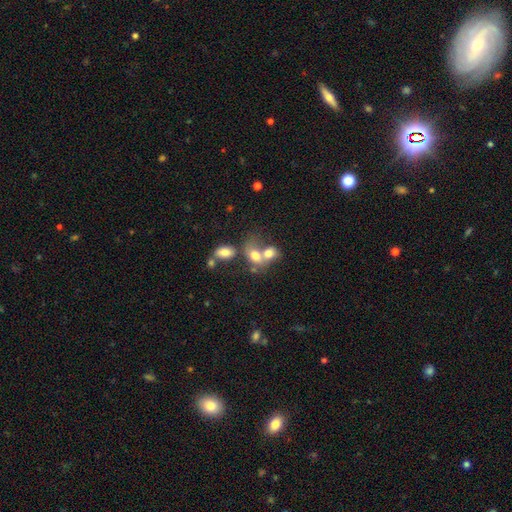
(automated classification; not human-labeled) Smooth or featured? smooth (71%)
How rounded? in between (65%)
Merging? merger (69%)